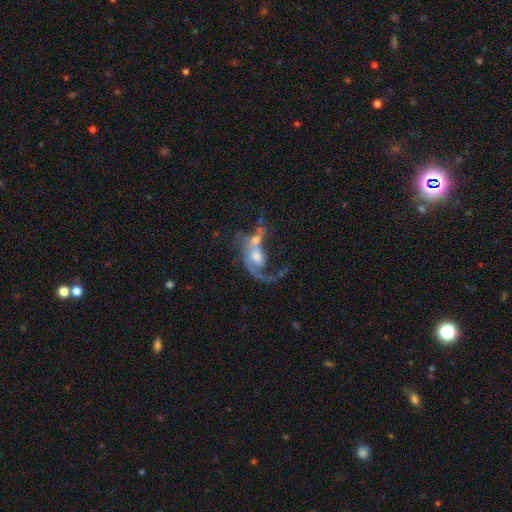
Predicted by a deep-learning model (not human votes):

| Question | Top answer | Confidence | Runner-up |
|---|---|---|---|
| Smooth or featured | featured or disk | 73% | smooth (18%) |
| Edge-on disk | no | 95% | yes (5%) |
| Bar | no | 64% | weak (28%) |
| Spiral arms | yes | 78% | no (22%) |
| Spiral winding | loose | 67% | medium (24%) |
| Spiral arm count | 1 | 70% | 2 (19%) |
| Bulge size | moderate | 52% | small (21%) |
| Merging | merger | 50% | major disturbance (28%) |